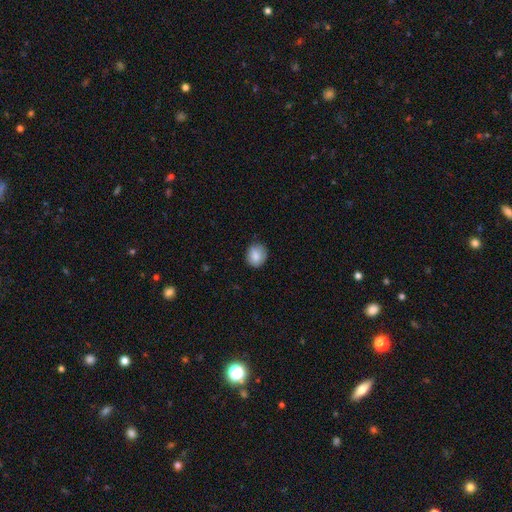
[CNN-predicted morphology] This is clearly a smooth galaxy (84%). How rounded: likely round (74%). Merging: clearly none (81%).